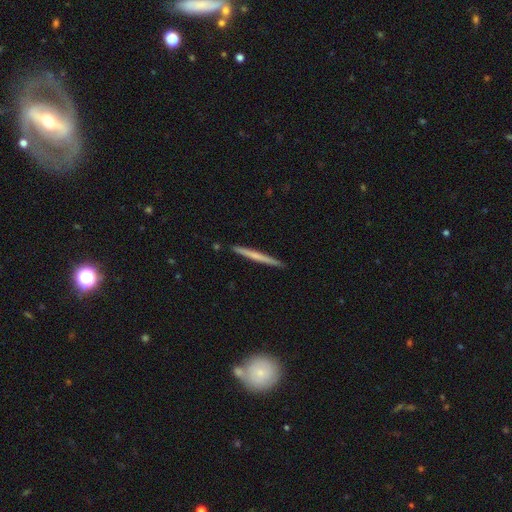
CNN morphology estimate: This appears to be a smooth galaxy with no disk features (48%). Merging: none (91%).